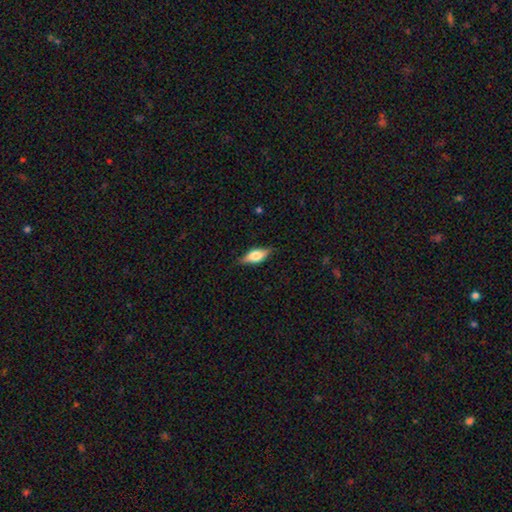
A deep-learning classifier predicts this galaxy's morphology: smooth-or-featured: smooth: 55% | featured or disk: 38% | star or artifact: 7%
  how-rounded: in between: 74% | cigar-shaped: 22% | round: 4%
  merging: none: 82% | minor disturbance: 14% | major disturbance: 3% | merger: 1%